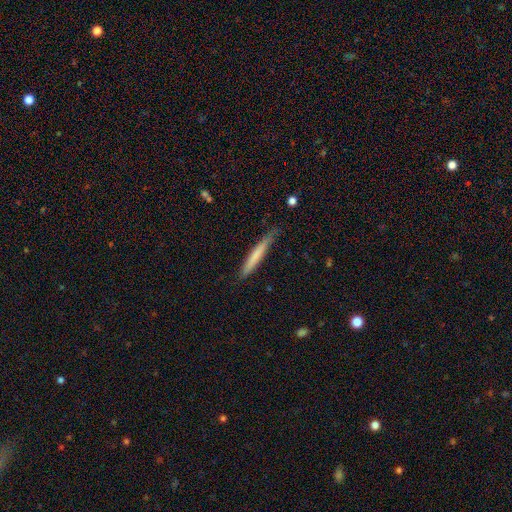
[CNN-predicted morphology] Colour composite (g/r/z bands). It shows a smooth galaxy with no disk features (67%) that is cigar-shaped (95%). Merging: none (74%).